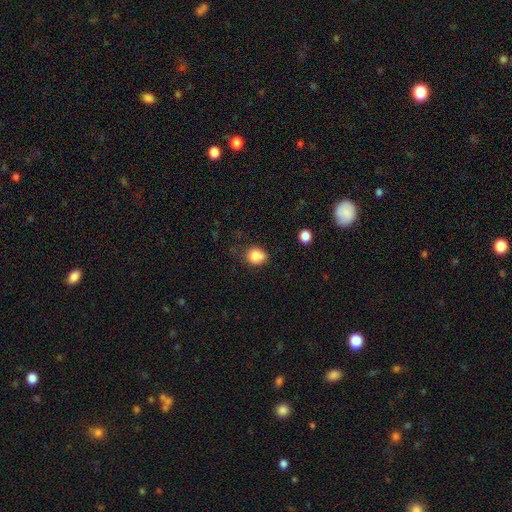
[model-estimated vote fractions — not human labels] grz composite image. It shows a smooth galaxy with no disk features (83%) that is round (68%). Merging: none (59%).